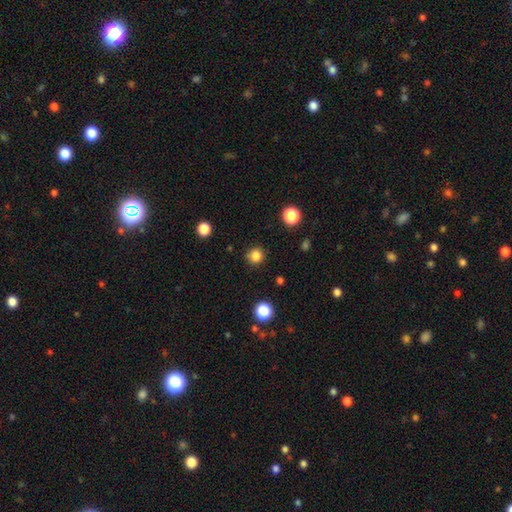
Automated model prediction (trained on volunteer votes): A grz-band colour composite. It shows a smooth galaxy with no disk features (83%) that is round (93%). Merging: none (88%).